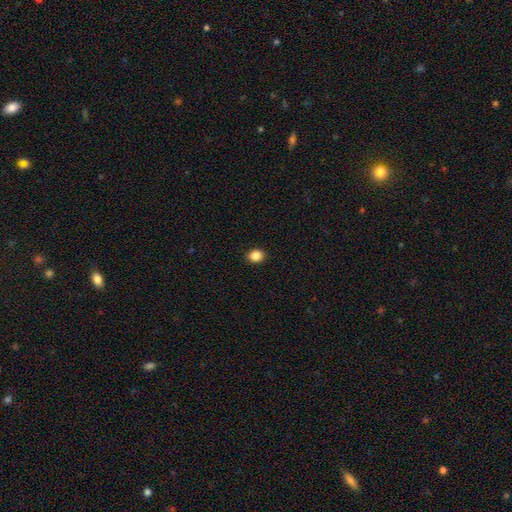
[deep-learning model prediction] Smooth or featured?
  - smooth: 87% *
  - star or artifact: 10%
  - featured or disk: 3%
How rounded?
  - round: 62% *
  - in between: 37%
  - cigar-shaped: 1%
Merging?
  - none: 91% *
  - minor disturbance: 6%
  - major disturbance: 2%
  - merger: 1%